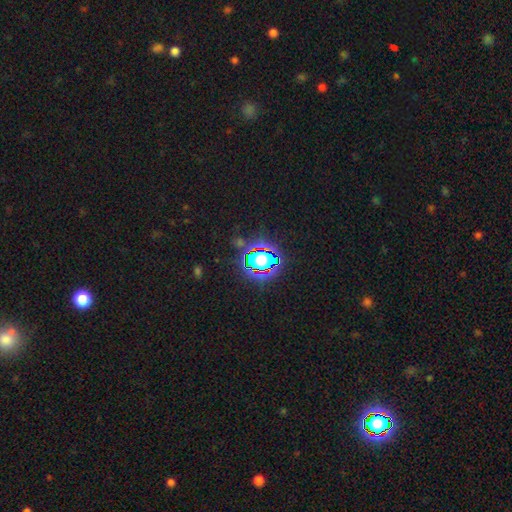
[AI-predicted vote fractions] A star or artifact, not a galaxy (81%).

Vote fractions:
- Smooth or featured? star or artifact: 81% / smooth: 12% / featured or disk: 7%